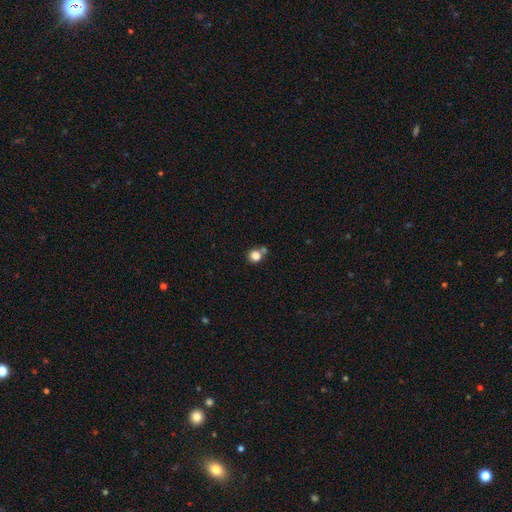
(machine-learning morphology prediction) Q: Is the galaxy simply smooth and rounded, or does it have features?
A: smooth — 83%.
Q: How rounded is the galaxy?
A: round — 85%.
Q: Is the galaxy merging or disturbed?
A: none — 60%.